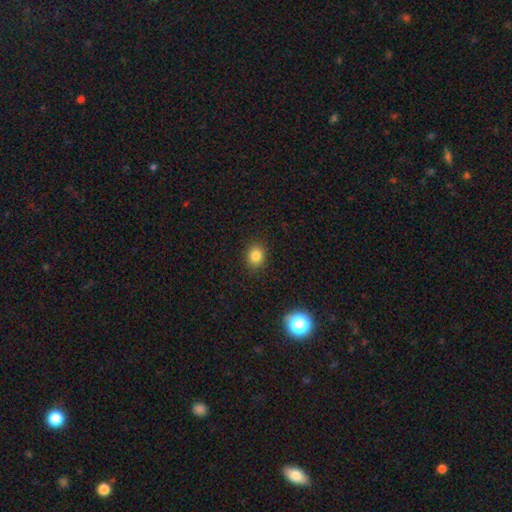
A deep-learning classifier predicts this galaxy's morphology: Smooth or featured?
  - smooth: 82% *
  - star or artifact: 12%
  - featured or disk: 5%
How rounded?
  - round: 67% *
  - in between: 32%
  - cigar-shaped: 1%
Merging?
  - none: 89% *
  - minor disturbance: 8%
  - major disturbance: 2%
  - merger: 1%